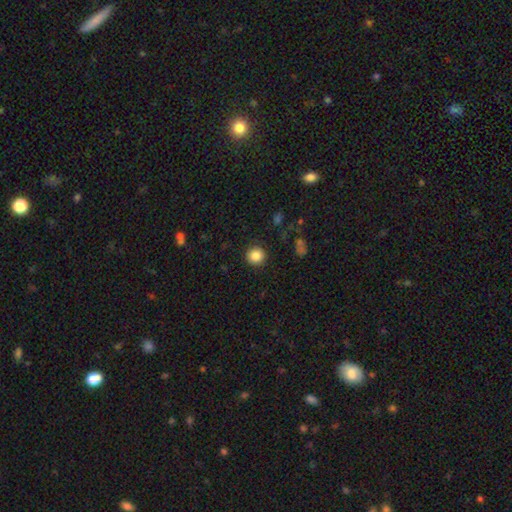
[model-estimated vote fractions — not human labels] Q: Smooth or featured?
A: smooth (86%); runner-up: star or artifact (10%)
Q: How rounded?
A: round (93%); runner-up: in between (6%)
Q: Merging?
A: none (90%); runner-up: minor disturbance (6%)